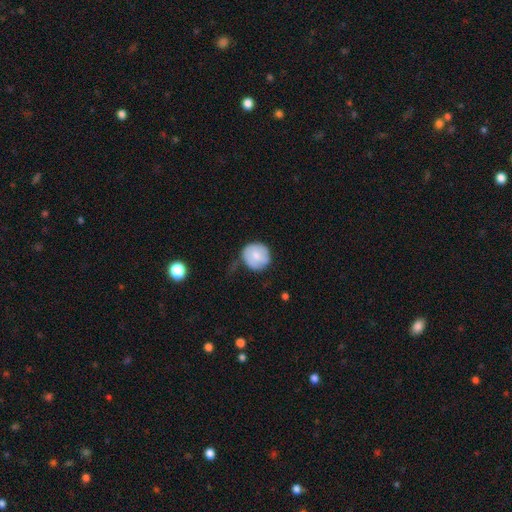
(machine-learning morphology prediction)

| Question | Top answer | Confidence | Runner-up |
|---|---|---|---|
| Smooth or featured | smooth | 70% | featured or disk (23%) |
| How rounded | round | 89% | in between (10%) |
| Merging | none | 58% | minor disturbance (31%) |